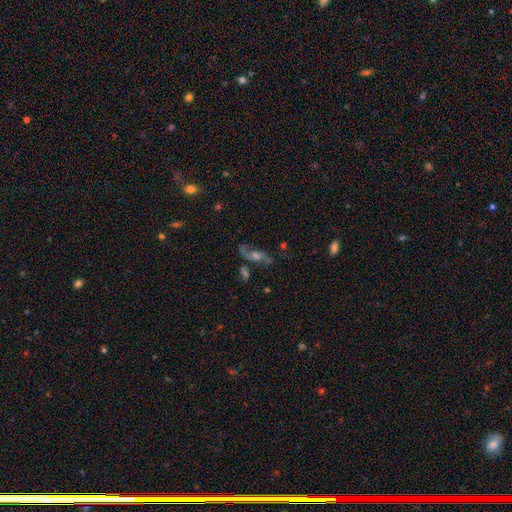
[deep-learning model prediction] Morphology: type=featured or disk (76%); edge-on=no (86%); bar=no (57%); spiral arms=yes (90%); winding=loose (63%); arm count=2 (88%); bulge=moderate (48%); merging=none (64%).